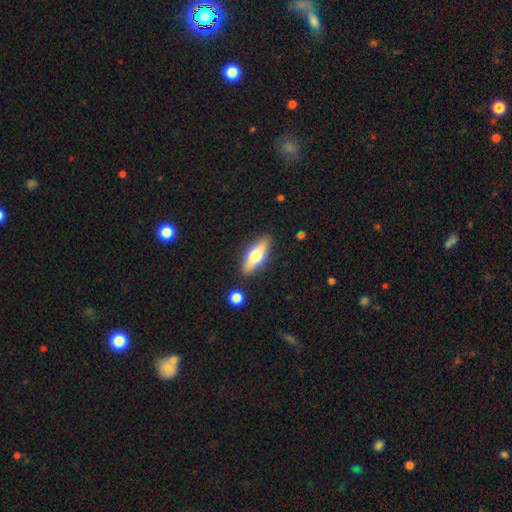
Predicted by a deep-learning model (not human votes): Smooth or featured?
  - smooth: 53% *
  - featured or disk: 41%
  - star or artifact: 6%
How rounded?
  - in between: 57% *
  - cigar-shaped: 40%
  - round: 3%
Merging?
  - none: 87% *
  - minor disturbance: 9%
  - merger: 2%
  - major disturbance: 2%